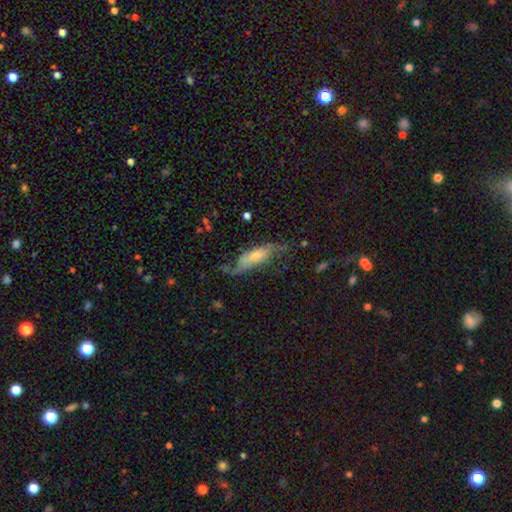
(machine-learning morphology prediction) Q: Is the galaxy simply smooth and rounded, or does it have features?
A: featured or disk — 62%.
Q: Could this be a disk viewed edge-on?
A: no — 74%.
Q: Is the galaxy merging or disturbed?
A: none — 50%.